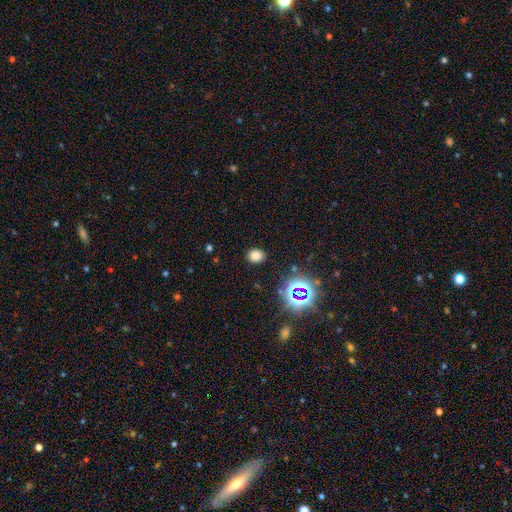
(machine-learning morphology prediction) The model was most divided on "how rounded": round: 66%, in between: 33%, cigar-shaped: 1%. More confident: merging — none (88%); smooth or featured — smooth (74%).